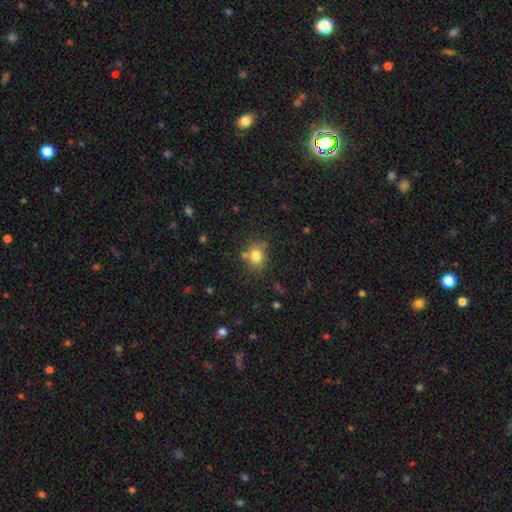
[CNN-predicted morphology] Q: Smooth or featured?
A: smooth (79%); runner-up: star or artifact (12%)
Q: How rounded?
A: round (65%); runner-up: in between (34%)
Q: Merging?
A: none (65%); runner-up: minor disturbance (19%)